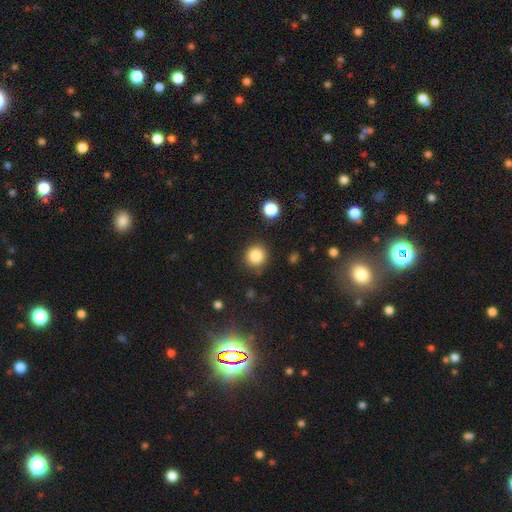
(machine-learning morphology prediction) smooth_or_featured: smooth (p=0.85) [alt: star or artifact p=0.11]
how_rounded: round (p=0.91) [alt: in between p=0.08]
merging: none (p=0.85) [alt: minor disturbance p=0.09]